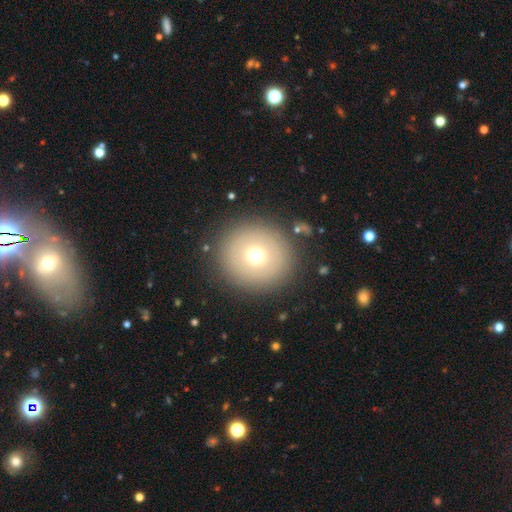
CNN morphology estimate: smooth_or_featured: smooth (p=0.68) [alt: featured or disk p=0.18]
how_rounded: round (p=0.93) [alt: in between p=0.06]
merging: none (p=0.88) [alt: minor disturbance p=0.06]